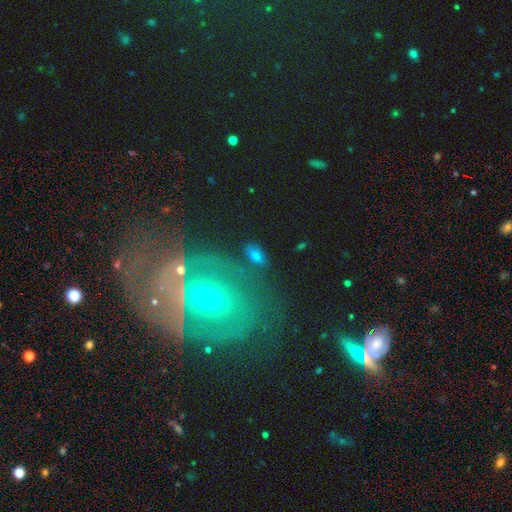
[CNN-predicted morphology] Overall: smooth (71%). How rounded: in between (87%). Merging: none (75%).